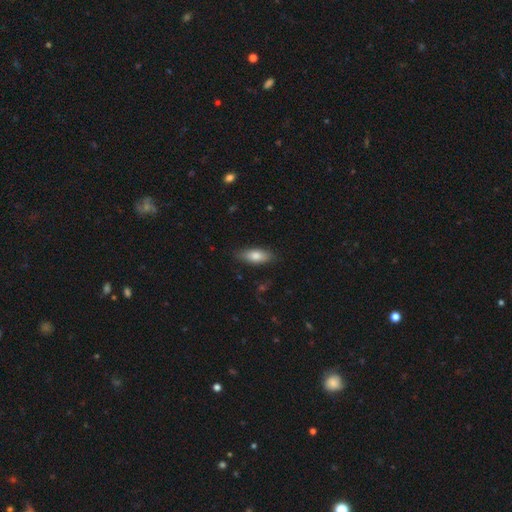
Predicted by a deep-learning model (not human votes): smooth-or-featured: smooth: 78% | featured or disk: 15% | star or artifact: 6%
  how-rounded: in between: 75% | cigar-shaped: 23% | round: 3%
  merging: none: 83% | minor disturbance: 13% | major disturbance: 3% | merger: 1%